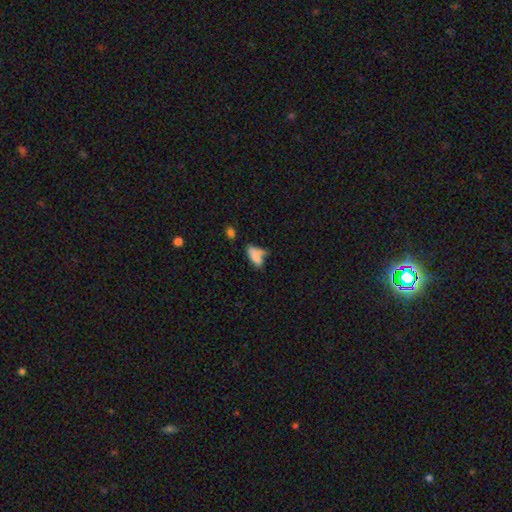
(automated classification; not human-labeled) This appears to be a smooth galaxy with no disk features (76%) that is in between round and cigar-shaped (74%). Merging: none (36%).